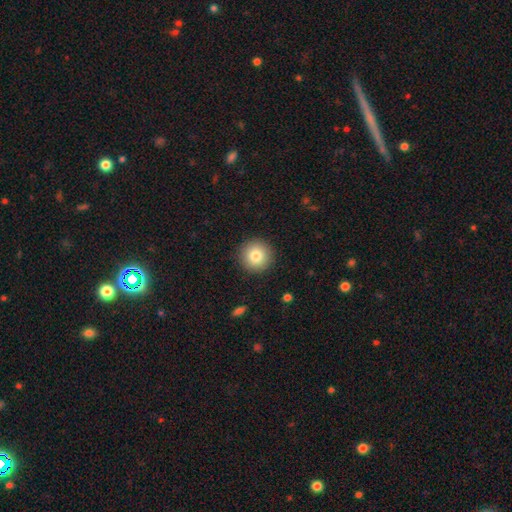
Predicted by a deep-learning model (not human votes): A smooth galaxy with no disk features (82%) that is round (95%).

Vote fractions:
- Smooth or featured? smooth: 82% / star or artifact: 9% / featured or disk: 9%
- How rounded? round: 95% / in between: 4% / cigar-shaped: 1%
- Merging? none: 91% / minor disturbance: 6% / major disturbance: 2% / merger: 1%